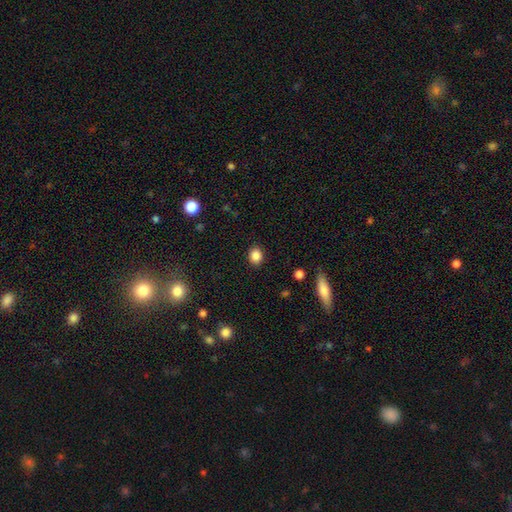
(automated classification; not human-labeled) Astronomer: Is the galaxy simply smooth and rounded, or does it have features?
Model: smooth — 85%.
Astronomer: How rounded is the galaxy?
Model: round — 63%.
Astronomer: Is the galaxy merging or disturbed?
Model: none — 89%.